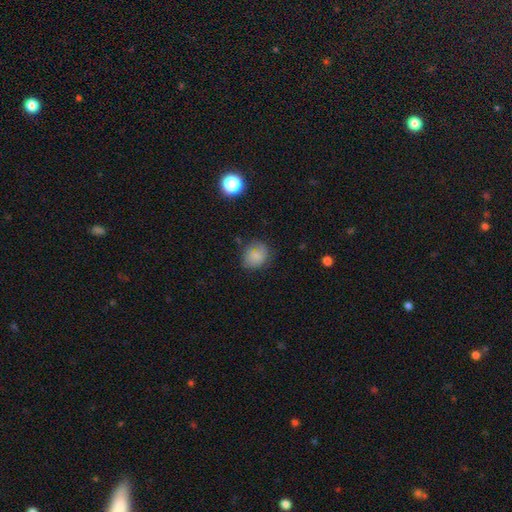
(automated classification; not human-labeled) Q: Smooth or featured?
A: smooth (78%); runner-up: star or artifact (11%)
Q: How rounded?
A: round (68%); runner-up: in between (32%)
Q: Merging?
A: none (74%); runner-up: minor disturbance (19%)